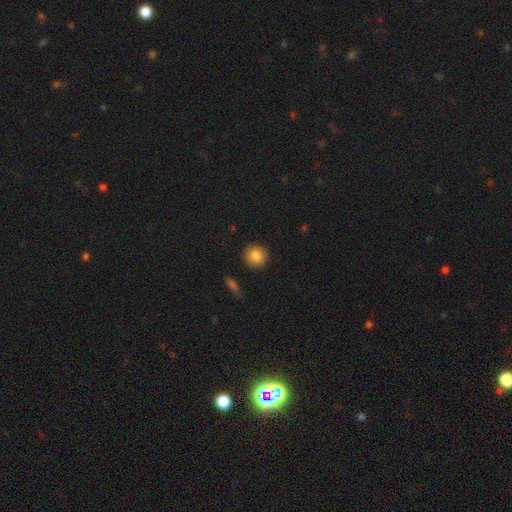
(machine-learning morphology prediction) type=smooth (84%); roundness=round (90%); merging=none (88%).